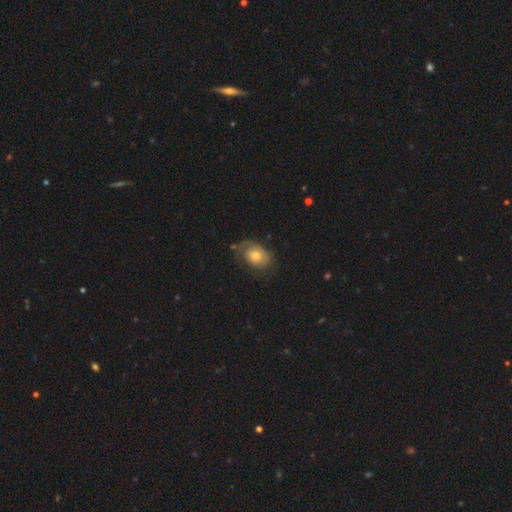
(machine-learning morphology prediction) A smooth galaxy with no disk features (52%) that is in between round and cigar-shaped (72%). Merging: none (56%).